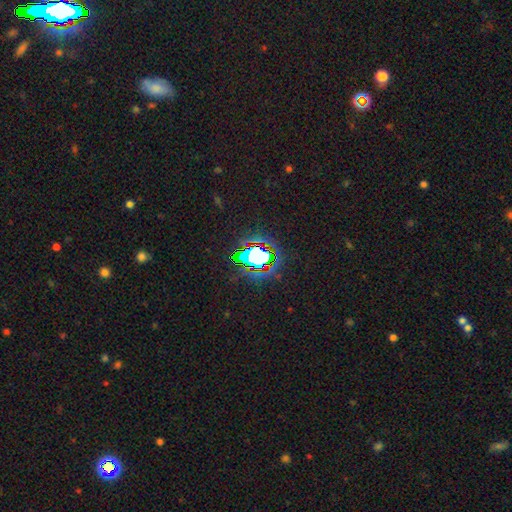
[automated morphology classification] This appears to be a star or artifact, not a galaxy (65%).